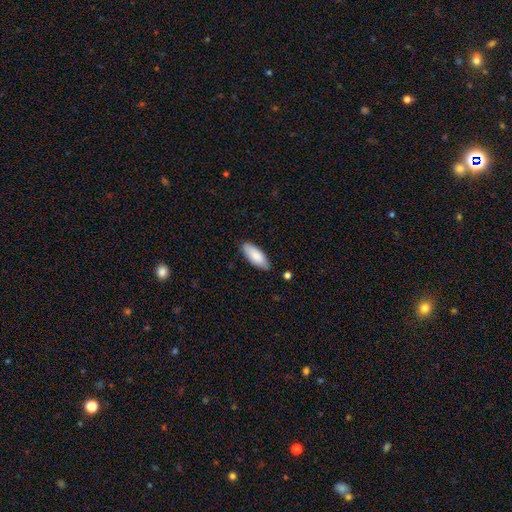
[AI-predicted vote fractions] Smooth or featured? smooth (85%)
How rounded? in between (81%)
Merging? none (84%)